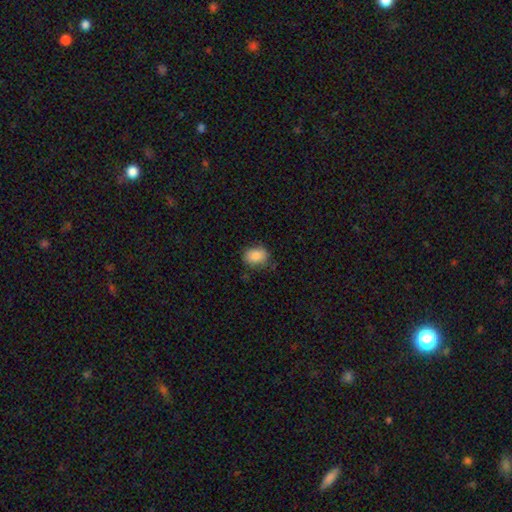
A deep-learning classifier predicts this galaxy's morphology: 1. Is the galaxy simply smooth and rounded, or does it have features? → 86% smooth, 8% star or artifact, 6% featured or disk.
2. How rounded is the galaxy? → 63% in between, 36% round, 1% cigar-shaped.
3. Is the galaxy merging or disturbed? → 74% none, 20% minor disturbance, 4% major disturbance, 2% merger.